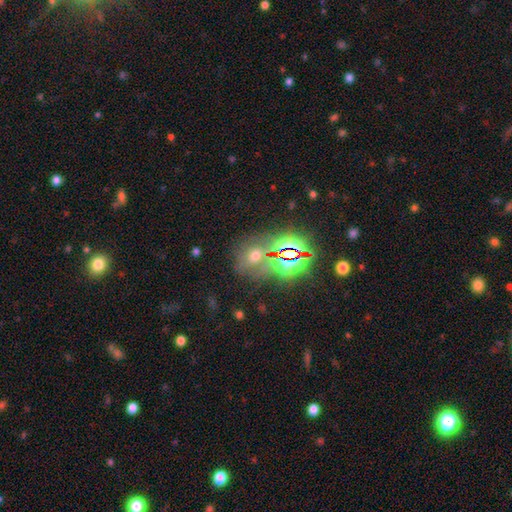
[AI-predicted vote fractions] star or artifact 48%, smooth 39%, featured or disk 13%.